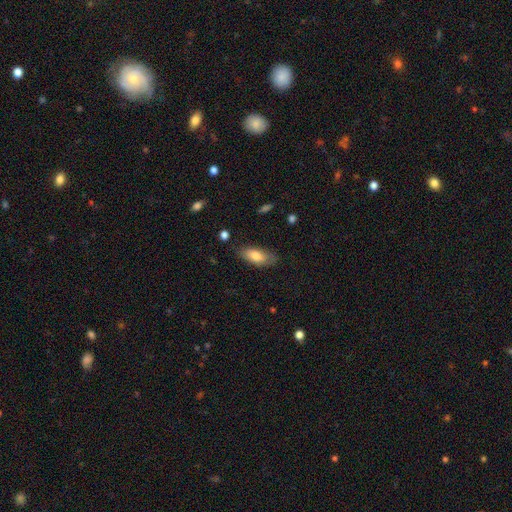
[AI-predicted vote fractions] A smooth galaxy with no disk features (79%) that is in between round and cigar-shaped (82%). Merging: none (79%).